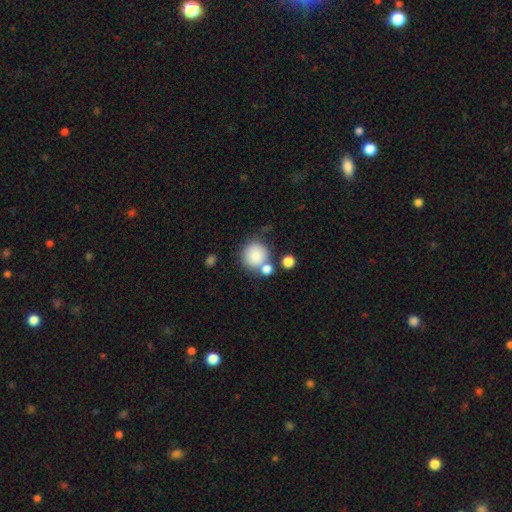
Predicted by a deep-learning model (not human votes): A smooth galaxy with no disk features (84%) that is round (90%).

Vote fractions:
- Smooth or featured? smooth: 84% / star or artifact: 8% / featured or disk: 8%
- How rounded? round: 90% / in between: 9% / cigar-shaped: 1%
- Merging? none: 58% / merger: 25% / minor disturbance: 12% / major disturbance: 5%